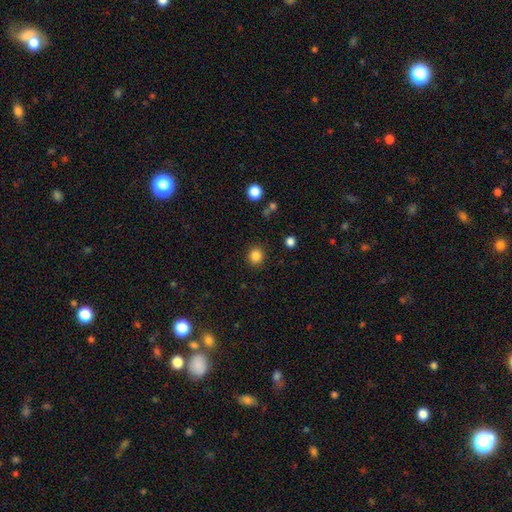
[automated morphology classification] Q: Smooth or featured?
A: smooth (85%); runner-up: star or artifact (11%)
Q: How rounded?
A: round (87%); runner-up: in between (12%)
Q: Merging?
A: none (89%); runner-up: minor disturbance (7%)